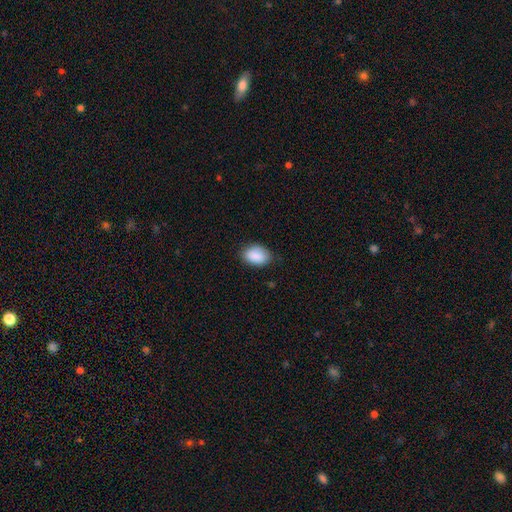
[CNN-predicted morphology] Overall: smooth (90%). How rounded: in between (85%). Merging: none (79%).